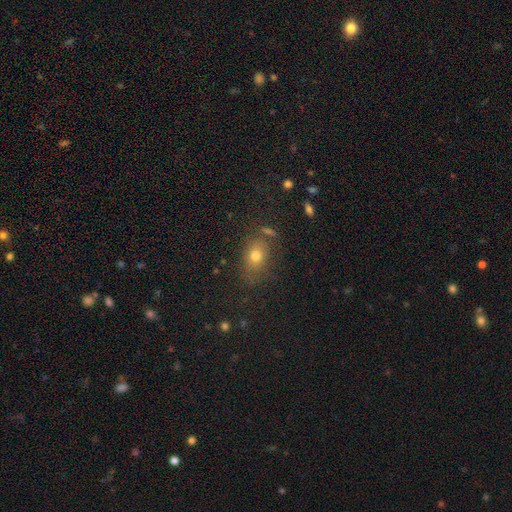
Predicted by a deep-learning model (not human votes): A smooth galaxy with no disk features (70%) that is in between round and cigar-shaped (64%). Merging: none (73%).